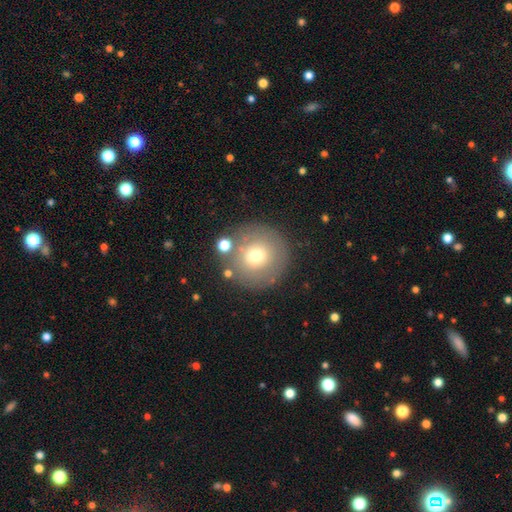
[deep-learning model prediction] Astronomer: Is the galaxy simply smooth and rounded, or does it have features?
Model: smooth — 64%.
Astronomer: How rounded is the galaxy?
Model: round — 95%.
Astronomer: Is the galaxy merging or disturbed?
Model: none — 80%.